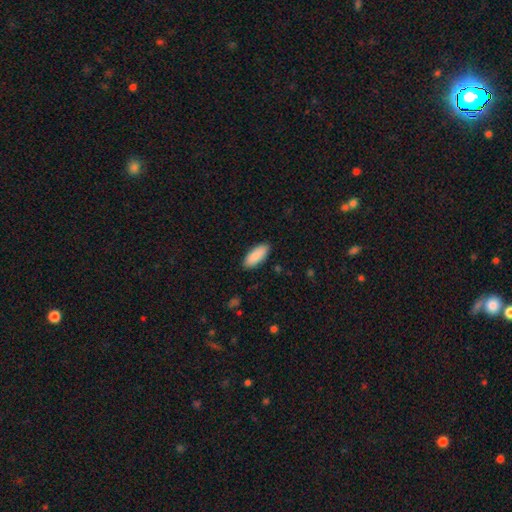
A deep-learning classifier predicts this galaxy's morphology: A smooth galaxy with no disk features (90%) that is in between round and cigar-shaped (81%). Merging: none (89%).